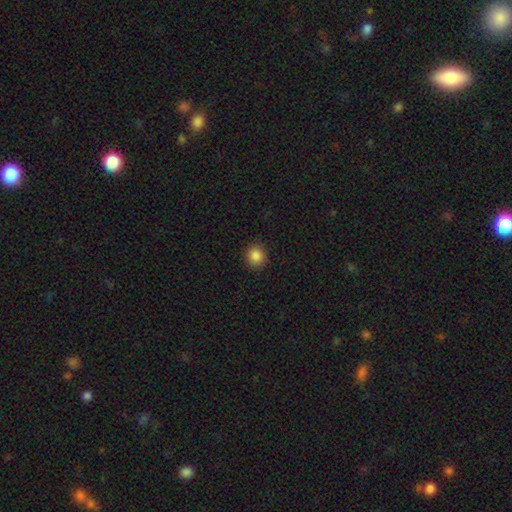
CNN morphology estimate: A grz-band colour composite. It shows a smooth galaxy with no disk features (86%) that is round (88%). Merging: none (91%).